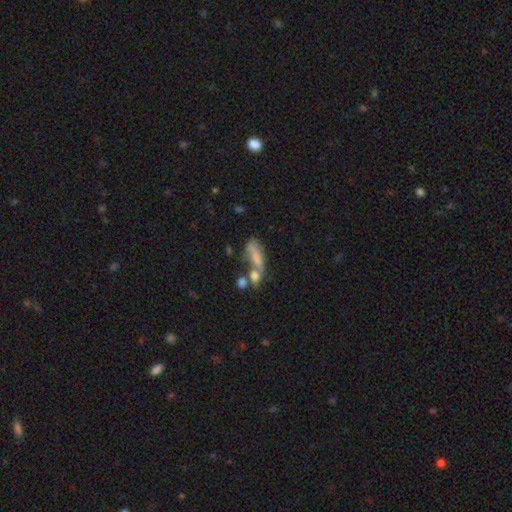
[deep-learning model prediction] Smooth or featured? Predicted: smooth (p=0.61). How rounded? Predicted: in between (p=0.59). Merging? Predicted: merger (p=0.43).